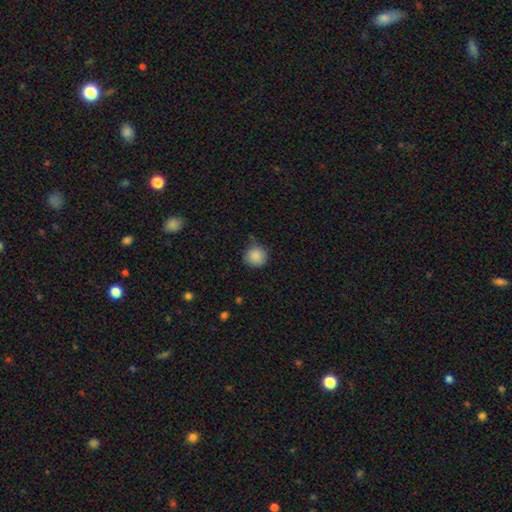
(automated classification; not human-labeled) smooth-or-featured: smooth: 88% | star or artifact: 8% | featured or disk: 4%
  how-rounded: round: 93% | in between: 6% | cigar-shaped: 1%
  merging: none: 80% | minor disturbance: 16% | major disturbance: 3% | merger: 1%